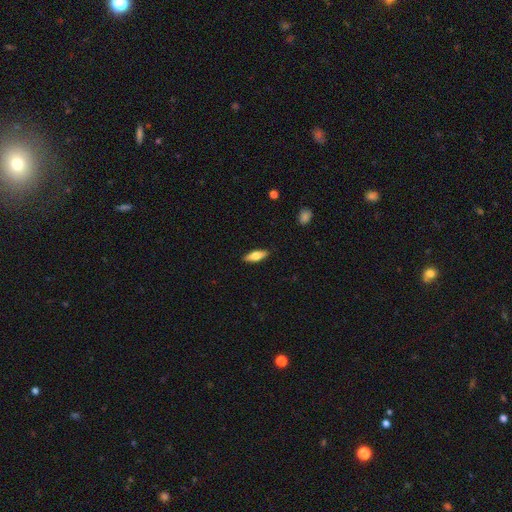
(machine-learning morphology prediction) Overall: smooth (66%; featured or disk 28%). How rounded: in between (56%; cigar-shaped 41%). Merging: none (89%).